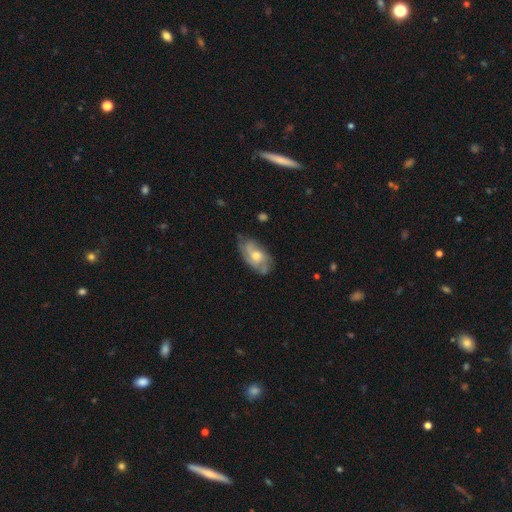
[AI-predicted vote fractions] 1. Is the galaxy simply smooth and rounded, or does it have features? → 65% featured or disk, 28% smooth, 7% star or artifact.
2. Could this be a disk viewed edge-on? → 92% no, 8% yes.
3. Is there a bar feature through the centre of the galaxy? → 72% no, 24% weak, 3% strong.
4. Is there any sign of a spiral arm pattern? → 83% yes, 17% no.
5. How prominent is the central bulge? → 64% moderate, 26% small, 6% large, 2% none, 1% dominant.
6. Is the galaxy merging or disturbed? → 68% none, 24% minor disturbance, 7% major disturbance, 2% merger.